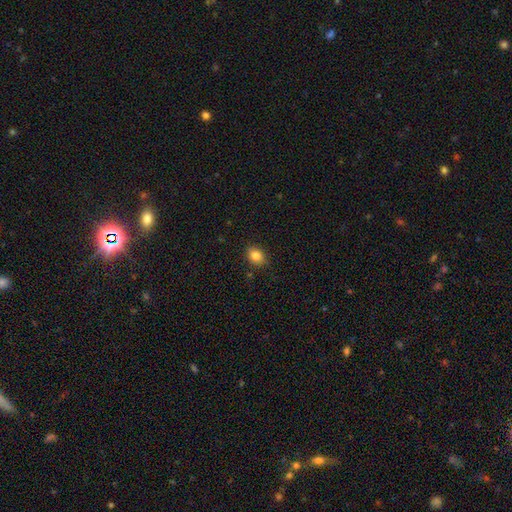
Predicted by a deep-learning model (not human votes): smooth 84%, star or artifact 10%, featured or disk 6%. Down the decision tree: how rounded — in between (59%); merging — none (86%).